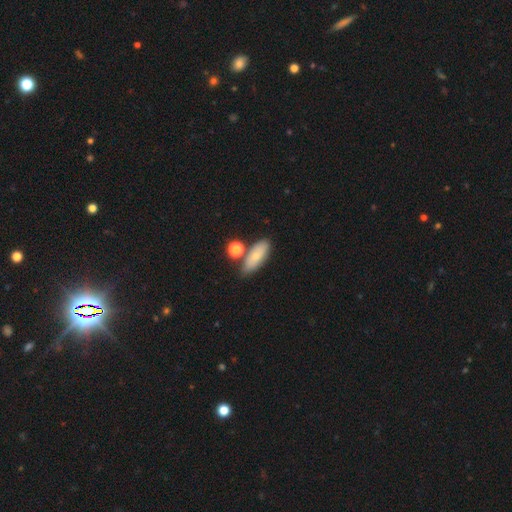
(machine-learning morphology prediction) Smooth or featured: smooth — 73% (featured or disk — 19%)
How rounded: in between — 77% (cigar-shaped — 18%)
Merging: none — 66% (minor disturbance — 16%)